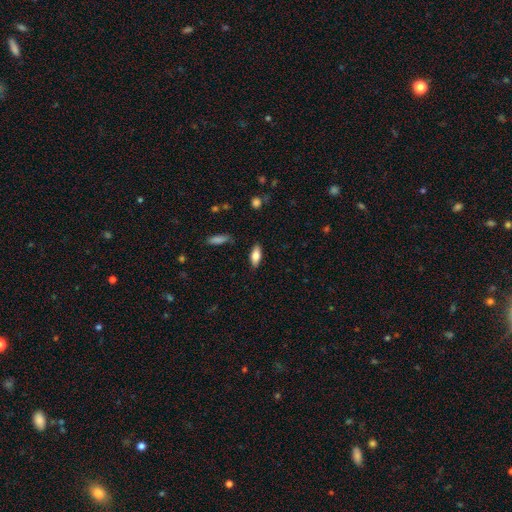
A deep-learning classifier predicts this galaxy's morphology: Smooth or featured? Predicted: smooth (p=0.78). How rounded? Predicted: in between (p=0.79). Merging? Predicted: none (p=0.86).